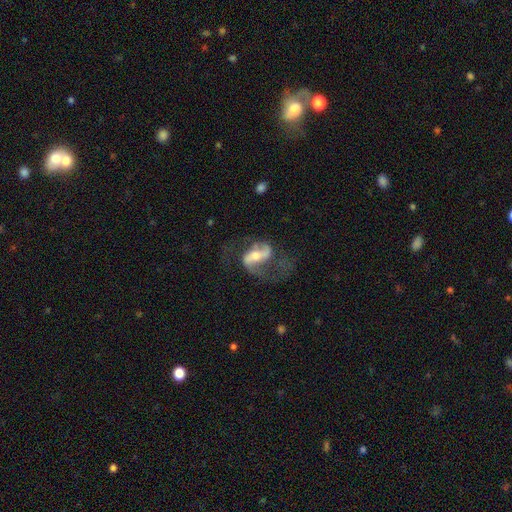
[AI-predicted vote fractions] Smooth or featured? Predicted: featured or disk (p=0.83). Edge-on disk? Predicted: no (p=0.96). Bar? Predicted: strong (p=0.39, tied with weak). Spiral arms? Predicted: yes (p=0.93). Spiral winding? Predicted: loose (p=0.55). Spiral arm count? Predicted: 2 (p=0.89). Bulge size? Predicted: moderate (p=0.57). Merging? Predicted: none (p=0.52).